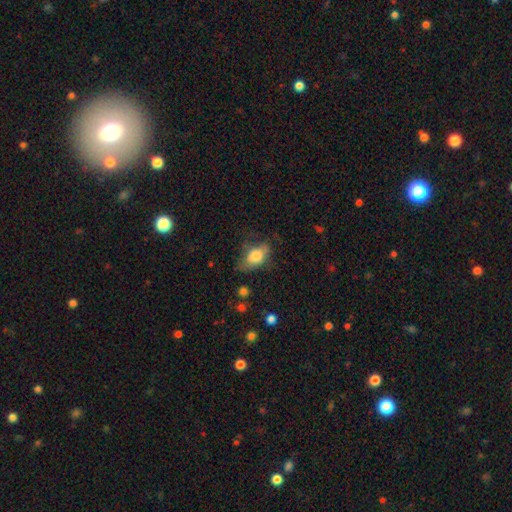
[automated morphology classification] smooth 72%, featured or disk 20%, star or artifact 8%. Down the decision tree: how rounded — in between (87%); merging — none (47%).